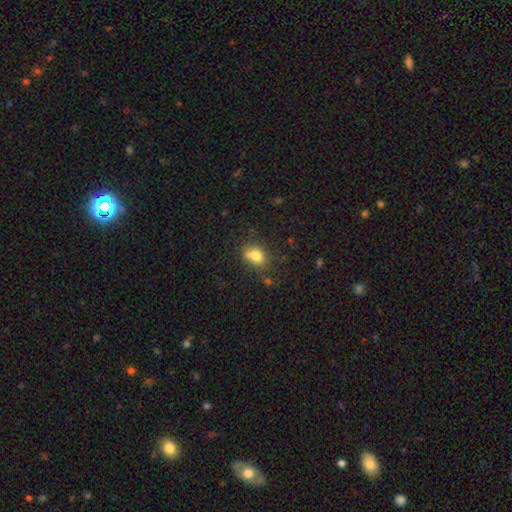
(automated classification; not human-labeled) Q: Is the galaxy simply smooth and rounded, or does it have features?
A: smooth — 77%.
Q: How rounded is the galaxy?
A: in between — 59%.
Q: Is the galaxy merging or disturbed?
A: none — 53%.